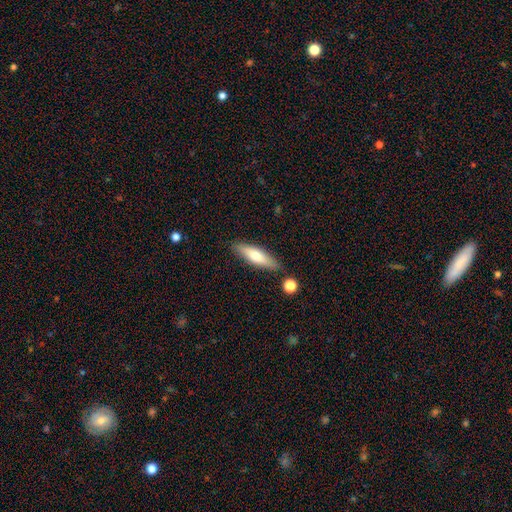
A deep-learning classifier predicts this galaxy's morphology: A smooth galaxy with no disk features (62%) that is cigar-shaped (66%). Merging: none (81%).